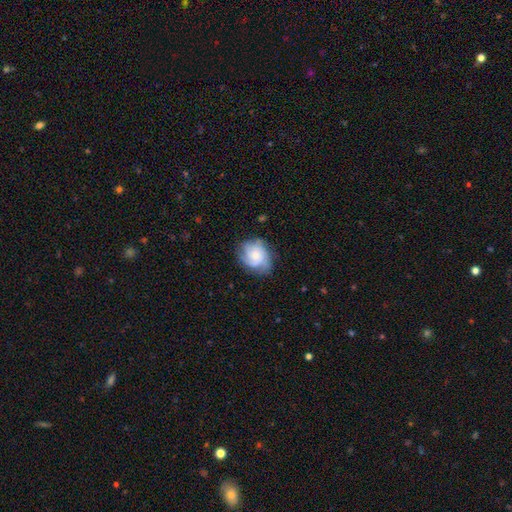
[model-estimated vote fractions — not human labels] Q: Smooth or featured?
A: featured or disk (58%); runner-up: smooth (34%)
Q: Edge-on disk?
A: no (97%); runner-up: yes (3%)
Q: Bar?
A: no (79%); runner-up: weak (19%)
Q: Spiral arms?
A: yes (90%); runner-up: no (10%)
Q: Spiral winding?
A: tight (51%); runner-up: medium (36%)
Q: Spiral arm count?
A: can't tell (31%); runner-up: 3 (30%)
Q: Bulge size?
A: small (47%); runner-up: moderate (40%)
Q: Merging?
A: none (69%); runner-up: minor disturbance (22%)